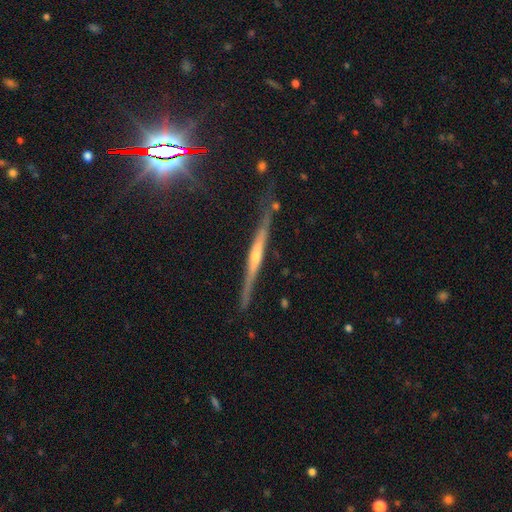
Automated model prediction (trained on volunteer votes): The model was most divided on "edge-on bulge": rounded: 67%, none: 23%, boxy: 10%. More confident: edge-on disk — yes (98%); merging — none (84%); smooth or featured — featured or disk (77%).